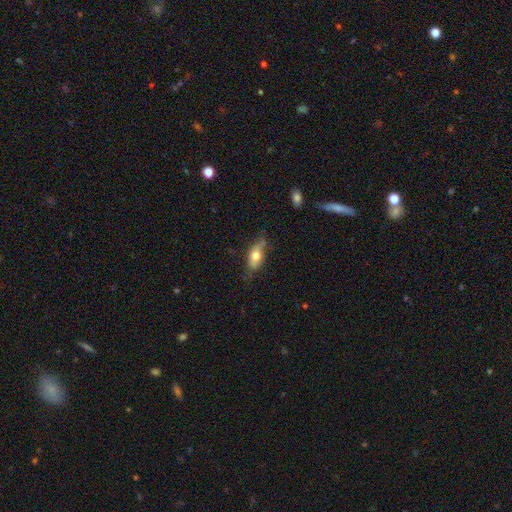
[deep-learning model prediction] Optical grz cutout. It shows a smooth galaxy with no disk features (66%) that is in between round and cigar-shaped (77%). Merging: none (58%).